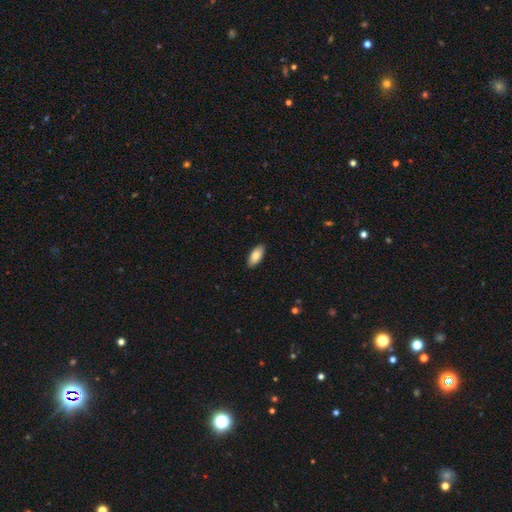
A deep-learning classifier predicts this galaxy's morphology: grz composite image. It shows a smooth galaxy with no disk features (85%) that is in between round and cigar-shaped (88%). Merging: none (89%).